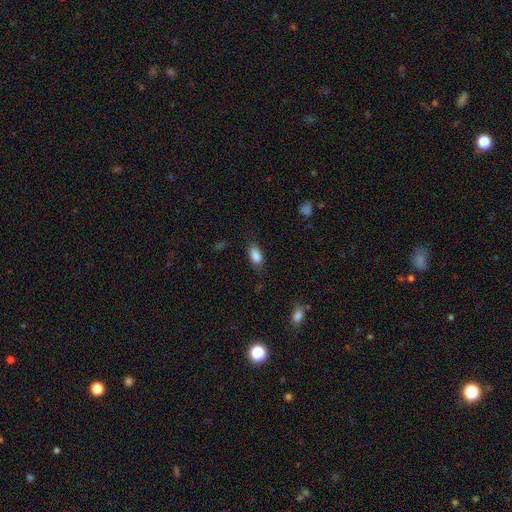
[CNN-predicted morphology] A smooth galaxy with no disk features (87%) that is in between round and cigar-shaped (89%). Merging: none (80%).